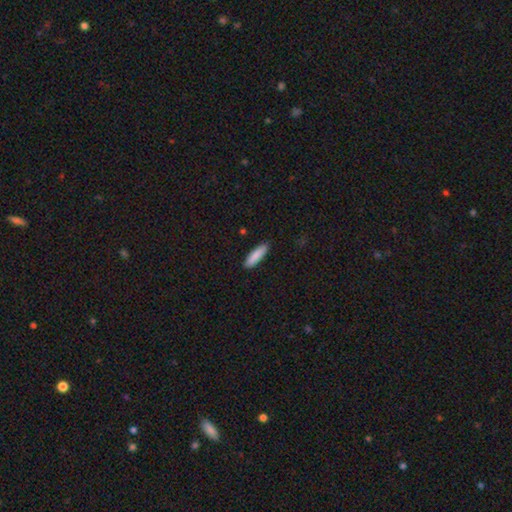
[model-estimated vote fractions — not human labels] smooth 87%, featured or disk 7%, star or artifact 6%. Down the decision tree: how rounded — cigar-shaped (66%); merging — none (89%).